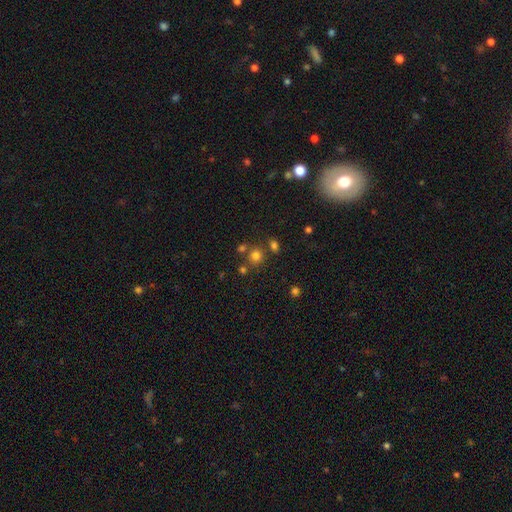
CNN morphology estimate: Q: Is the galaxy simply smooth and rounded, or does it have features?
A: smooth — 74%.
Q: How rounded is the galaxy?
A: round — 86%.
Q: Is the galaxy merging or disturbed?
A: none — 70%.